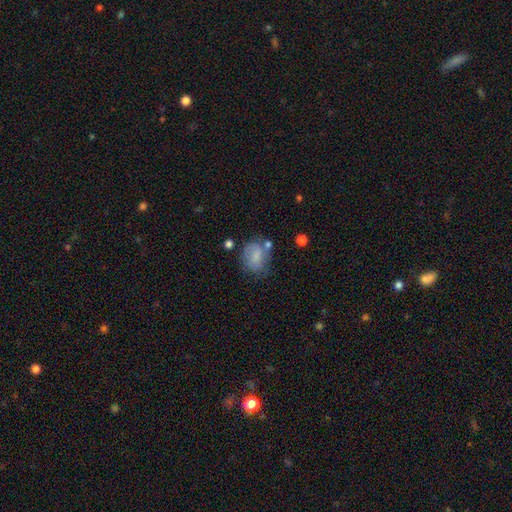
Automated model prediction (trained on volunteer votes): Smooth or featured: smooth — 67% (featured or disk — 23%)
How rounded: in between — 58% (round — 41%)
Merging: none — 49% (minor disturbance — 27%)